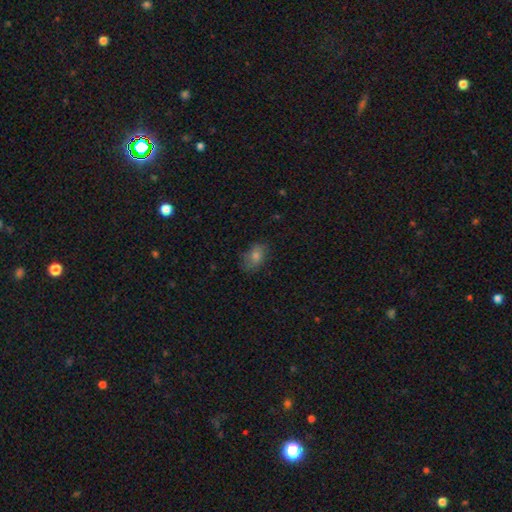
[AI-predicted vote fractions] Overall: smooth (71%). How rounded: in between (79%). Merging: none (78%).